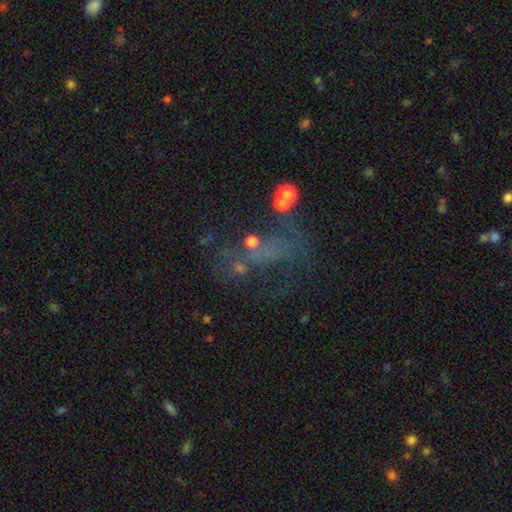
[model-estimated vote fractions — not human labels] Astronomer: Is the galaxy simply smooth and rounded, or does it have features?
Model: star or artifact — 43% (runner-up: featured or disk, 31%).